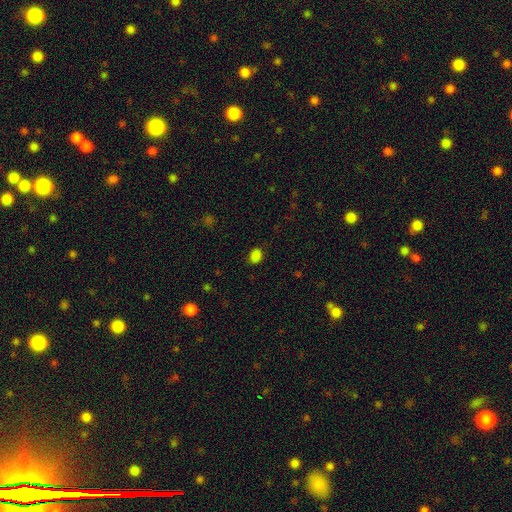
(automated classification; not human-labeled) This is clearly a smooth galaxy (83%). How rounded: likely in between (65%). Merging: clearly none (85%).